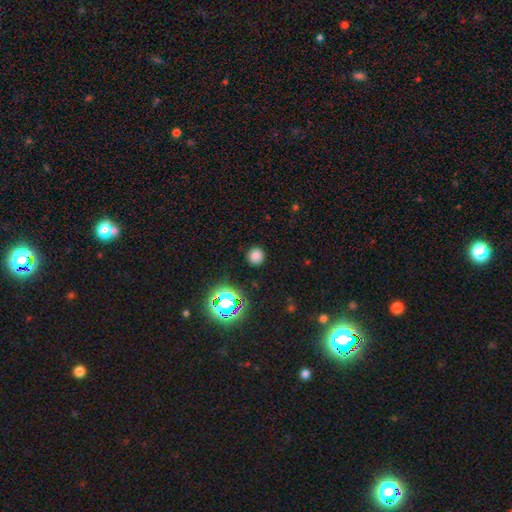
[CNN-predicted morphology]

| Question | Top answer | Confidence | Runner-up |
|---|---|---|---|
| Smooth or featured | smooth | 77% | star or artifact (18%) |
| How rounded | round | 92% | in between (7%) |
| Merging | none | 89% | minor disturbance (7%) |